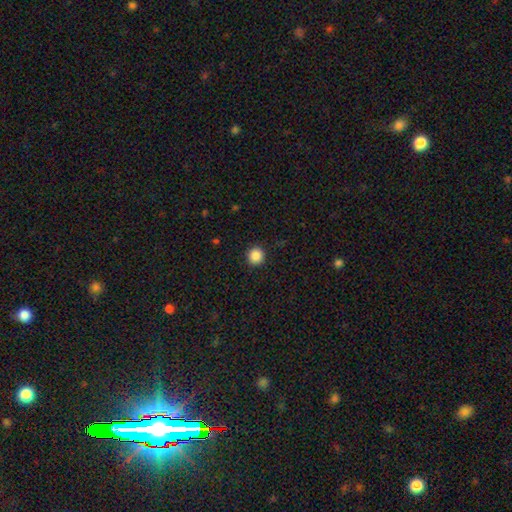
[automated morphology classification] Smooth or featured? Predicted: smooth (p=0.87). How rounded? Predicted: round (p=0.95). Merging? Predicted: none (p=0.93).